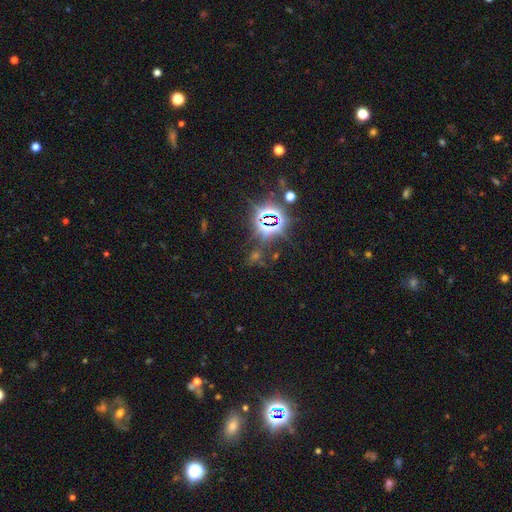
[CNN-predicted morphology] The model was most divided on "smooth or featured": star or artifact: 78%, smooth: 13%, featured or disk: 9%.